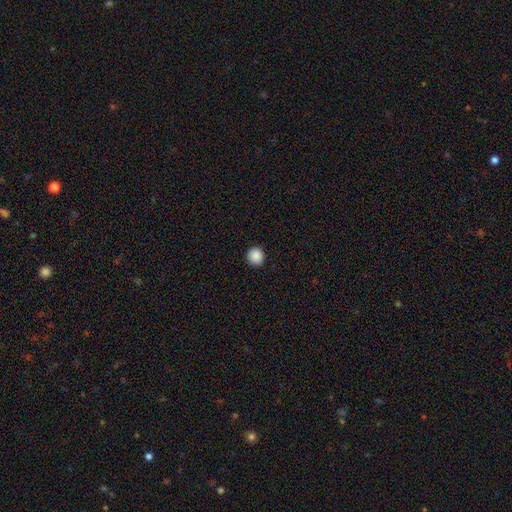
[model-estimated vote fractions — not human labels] Morphology: type=smooth (89%); roundness=round (95%); merging=none (93%).